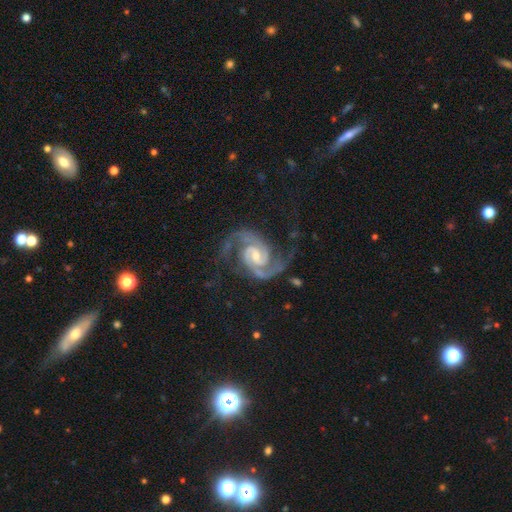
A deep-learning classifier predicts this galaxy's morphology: type=featured or disk (93%); edge-on=no (98%); bar=weak (51%); spiral arms=yes (99%); winding=medium (58%); arm count=2 (92%); bulge=small (48%); merging=none (75%).